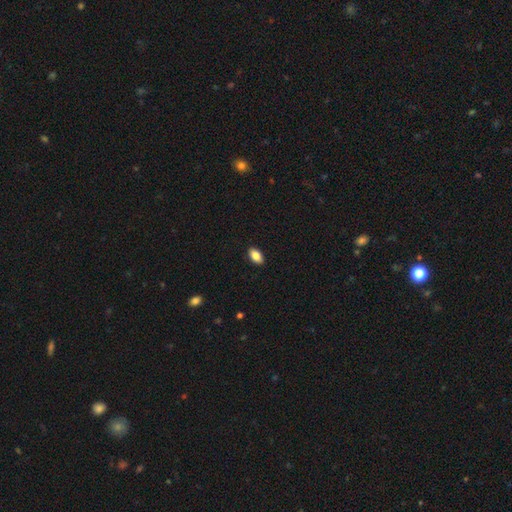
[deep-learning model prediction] smooth_or_featured: smooth (p=0.85) [alt: featured or disk p=0.08]
how_rounded: in between (p=0.92) [alt: round p=0.05]
merging: none (p=0.90) [alt: minor disturbance p=0.07]